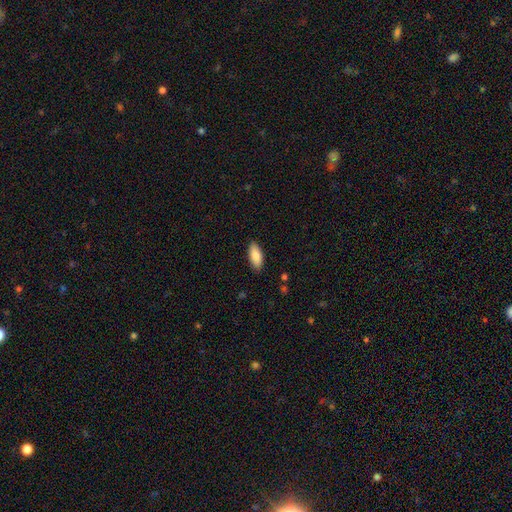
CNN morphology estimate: The model was most divided on "how rounded": in between: 87%, cigar-shaped: 12%, round: 2%. More confident: merging — none (88%); smooth or featured — smooth (86%).